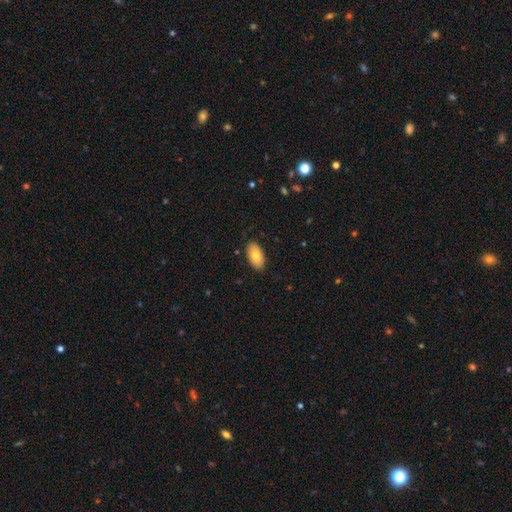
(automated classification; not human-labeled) The model was most divided on "smooth or featured": smooth: 78%, featured or disk: 16%, star or artifact: 7%. More confident: how rounded — in between (94%); merging — none (87%).